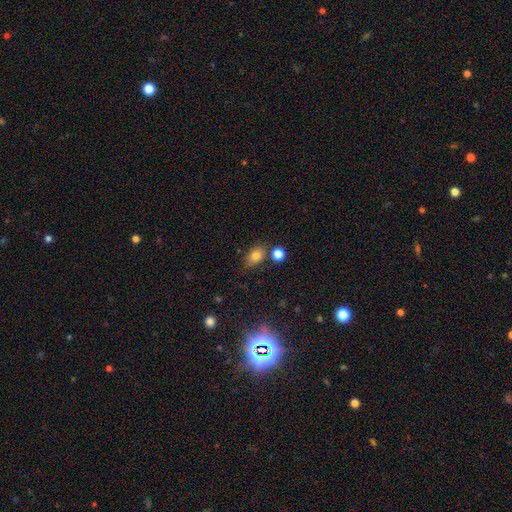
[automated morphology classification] Smooth or featured: smooth — 79% (star or artifact — 12%)
How rounded: in between — 76% (round — 22%)
Merging: none — 72% (minor disturbance — 14%)